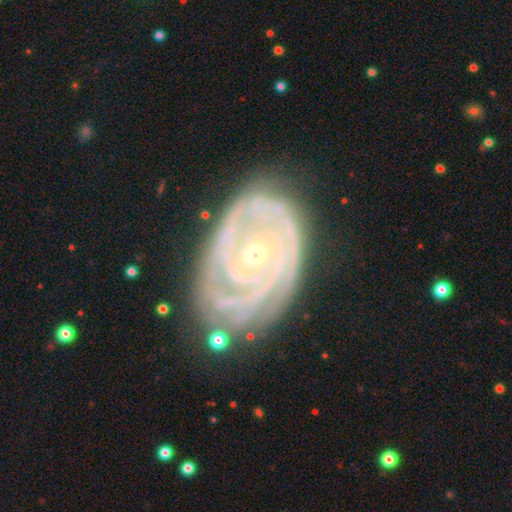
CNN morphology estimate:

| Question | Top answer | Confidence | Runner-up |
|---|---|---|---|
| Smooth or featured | featured or disk | 87% | smooth (6%) |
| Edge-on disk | no | 96% | yes (4%) |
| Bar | no | 71% | weak (20%) |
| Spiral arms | yes | 96% | no (4%) |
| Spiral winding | tight | 80% | medium (17%) |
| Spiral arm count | can't tell | 27% | 3 (24%) |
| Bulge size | small | 68% | moderate (29%) |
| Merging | none | 68% | minor disturbance (22%) |